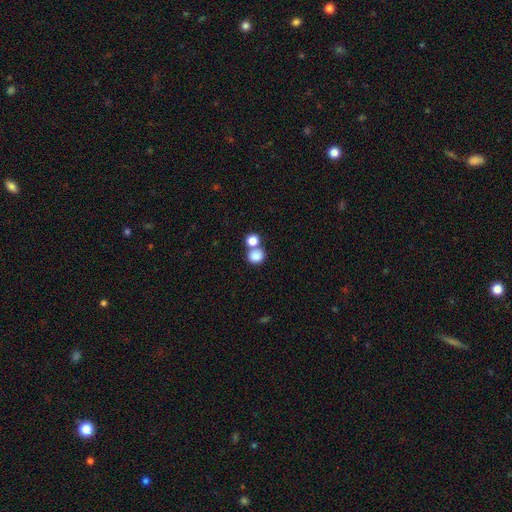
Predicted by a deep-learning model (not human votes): Smooth or featured?
  - smooth: 83% *
  - star or artifact: 10%
  - featured or disk: 7%
How rounded?
  - round: 80% *
  - in between: 19%
  - cigar-shaped: 1%
Merging?
  - none: 46% *
  - merger: 43%
  - minor disturbance: 7%
  - major disturbance: 3%